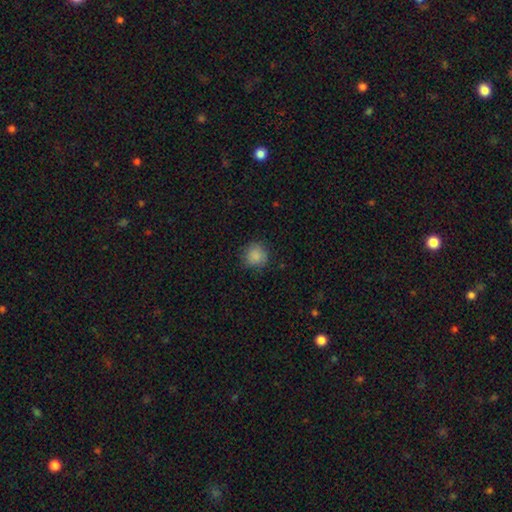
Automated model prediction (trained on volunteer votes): A smooth galaxy with no disk features (87%) that is round (90%). Merging: none (82%).